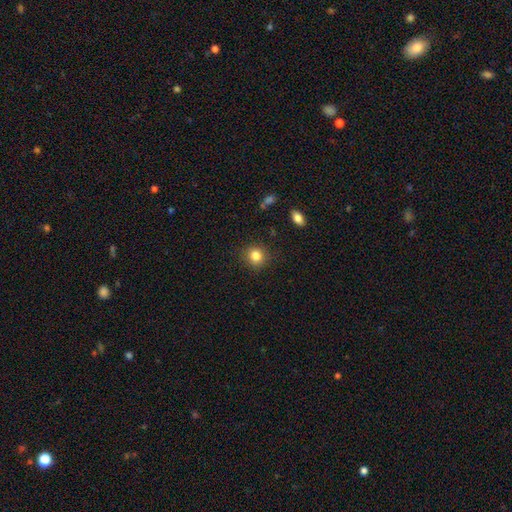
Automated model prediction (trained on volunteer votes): Smooth or featured? Predicted: smooth (p=0.83). How rounded? Predicted: round (p=0.86). Merging? Predicted: none (p=0.88).